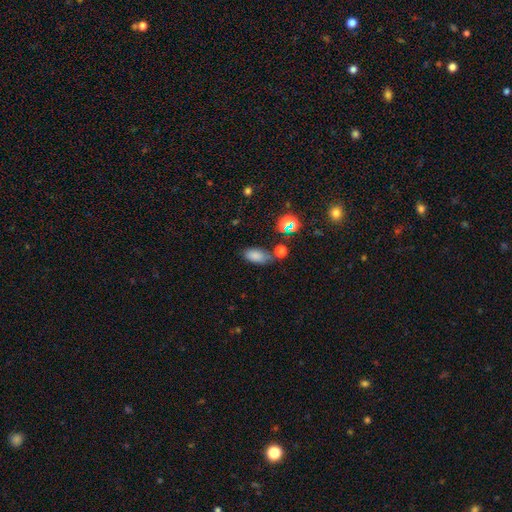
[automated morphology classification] This is likely a smooth galaxy (78%). How rounded: clearly in between (89%). Merging: likely none (63%).